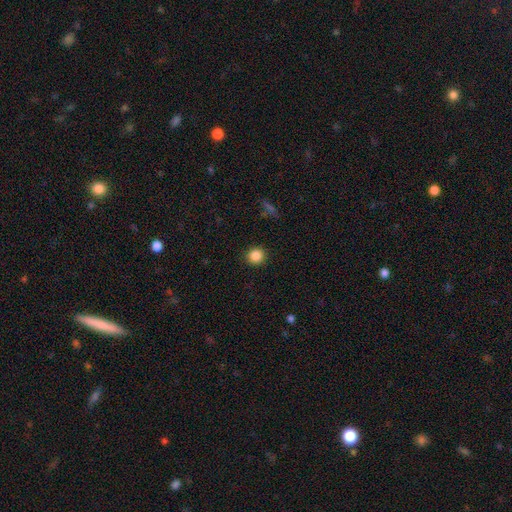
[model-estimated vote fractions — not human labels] This is clearly a smooth galaxy (86%). How rounded: clearly round (92%). Merging: clearly none (92%).